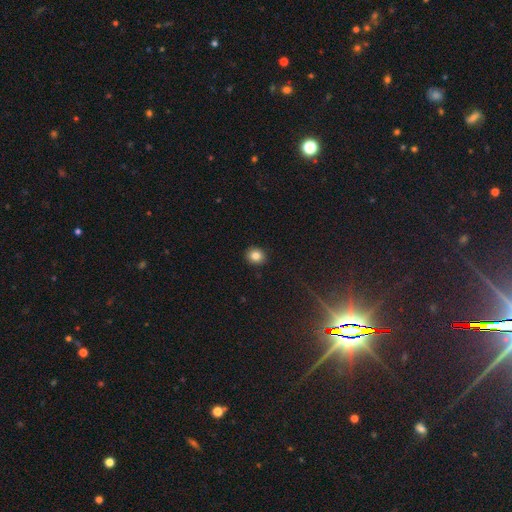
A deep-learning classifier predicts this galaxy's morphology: smooth-or-featured: smooth: 83% | star or artifact: 11% | featured or disk: 6%
  how-rounded: round: 80% | in between: 20% | cigar-shaped: 1%
  merging: none: 91% | minor disturbance: 6% | major disturbance: 2% | merger: 1%